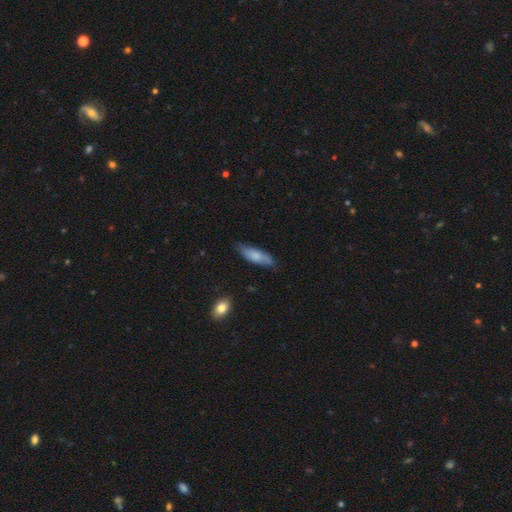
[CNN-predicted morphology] Smooth or featured: smooth — 73% (featured or disk — 21%)
How rounded: in between — 50% (cigar-shaped — 48%)
Merging: none — 71% (minor disturbance — 24%)